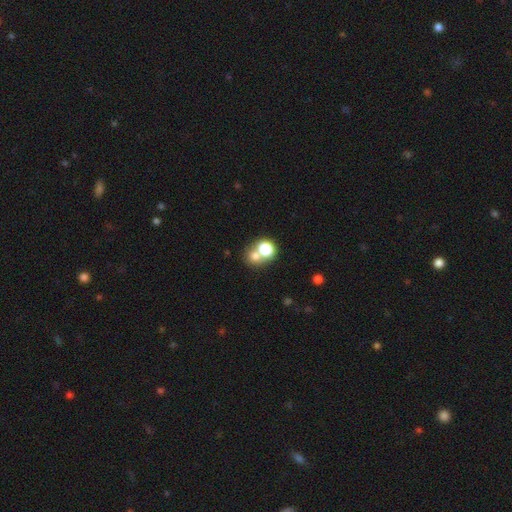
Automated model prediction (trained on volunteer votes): Smooth or featured?
  - smooth: 70% *
  - star or artifact: 17%
  - featured or disk: 13%
How rounded?
  - round: 78% *
  - in between: 21%
  - cigar-shaped: 1%
Merging?
  - merger: 50% *
  - none: 39%
  - minor disturbance: 6%
  - major disturbance: 4%